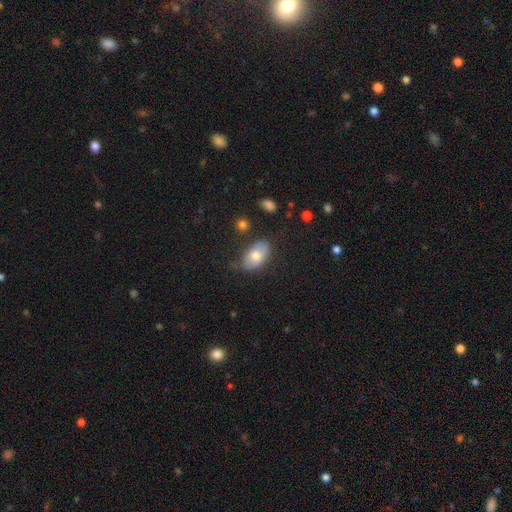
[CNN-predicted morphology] Smooth or featured: smooth — 69% (featured or disk — 23%)
How rounded: in between — 91% (round — 7%)
Merging: none — 67% (minor disturbance — 24%)